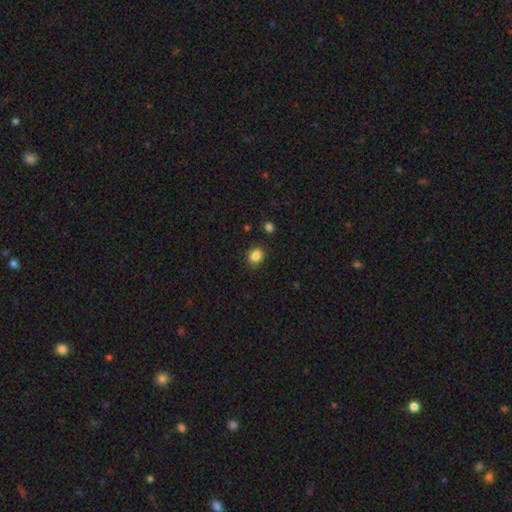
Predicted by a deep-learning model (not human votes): A smooth galaxy with no disk features (85%) that is round (60%). Merging: none (87%).